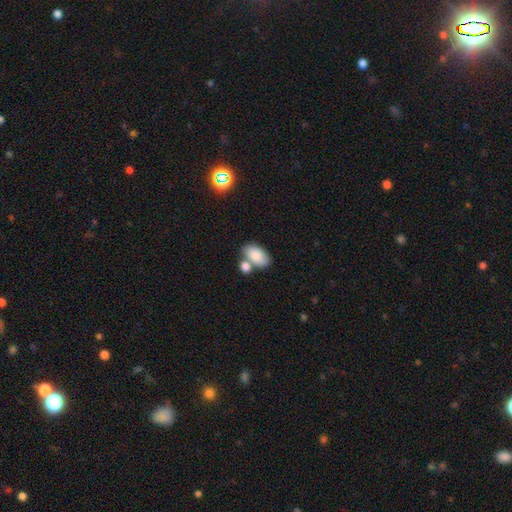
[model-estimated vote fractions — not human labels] Morphology: type=smooth (84%); roundness=in between (93%); merging=none (50%).